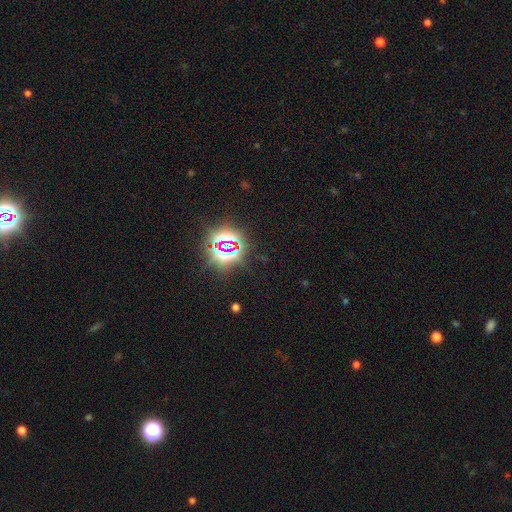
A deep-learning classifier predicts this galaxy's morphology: Smooth or featured: star or artifact — 82% (smooth — 11%)